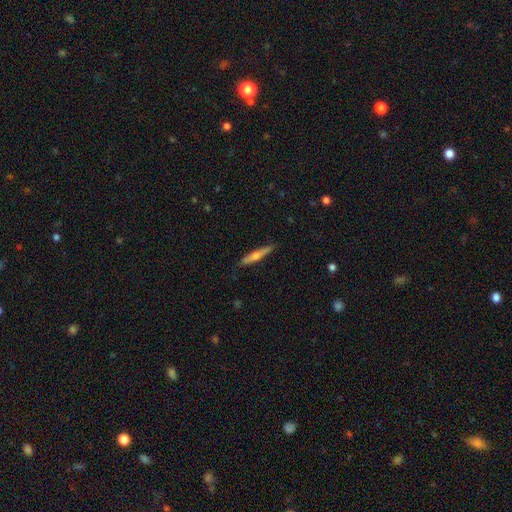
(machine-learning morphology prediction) smooth-or-featured: featured or disk: 53% | smooth: 41% | star or artifact: 6%
  disk-edge-on: yes: 95% | no: 5%
  merging: none: 89% | minor disturbance: 9% | major disturbance: 2% | merger: 1%